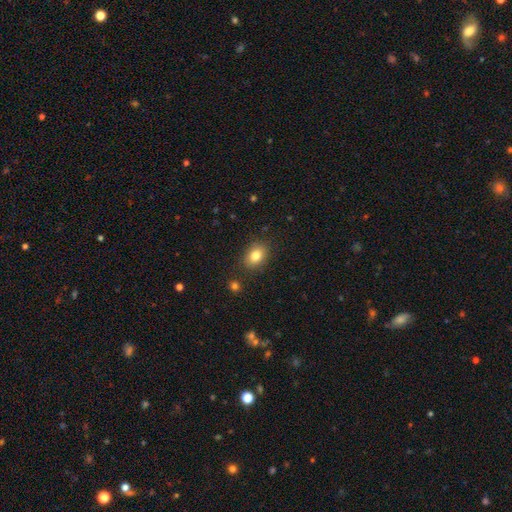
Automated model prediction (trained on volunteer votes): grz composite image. It shows a smooth galaxy with no disk features (82%) that is in between round and cigar-shaped (74%). Merging: none (85%).